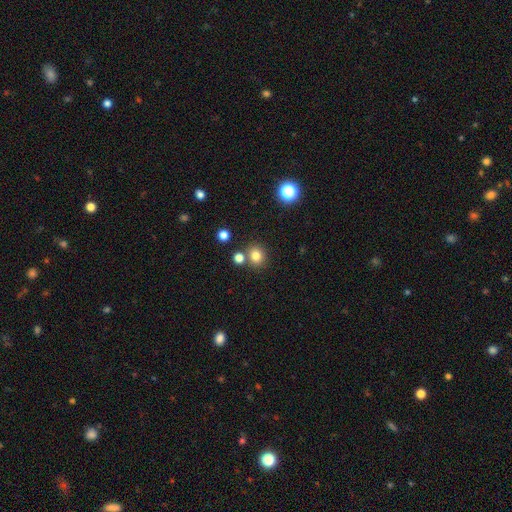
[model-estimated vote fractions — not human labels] This appears to be a smooth galaxy with no disk features (80%) that is round (86%). Merging: none (75%).